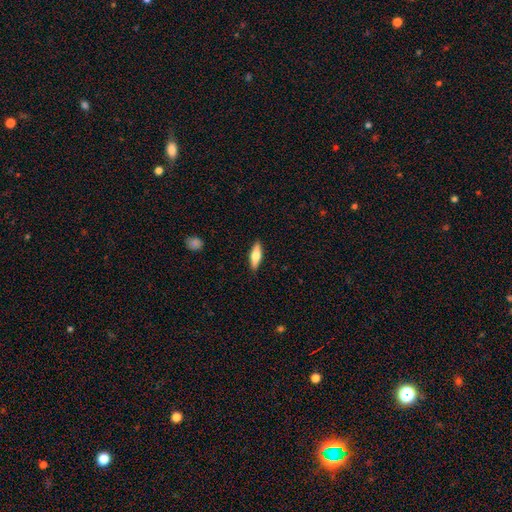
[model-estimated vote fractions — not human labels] Smooth or featured? smooth (58%)
How rounded? cigar-shaped (56%)
Merging? none (89%)